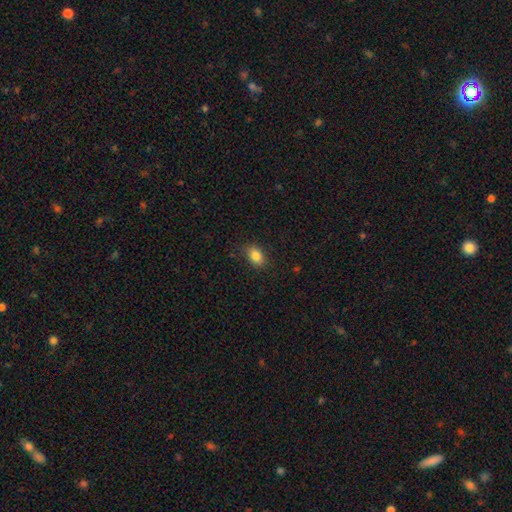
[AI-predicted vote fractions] A smooth galaxy with no disk features (85%) that is in between round and cigar-shaped (84%).

Vote fractions:
- Smooth or featured? smooth: 85% / star or artifact: 9% / featured or disk: 6%
- How rounded? in between: 84% / round: 15% / cigar-shaped: 2%
- Merging? none: 84% / minor disturbance: 12% / major disturbance: 3% / merger: 1%